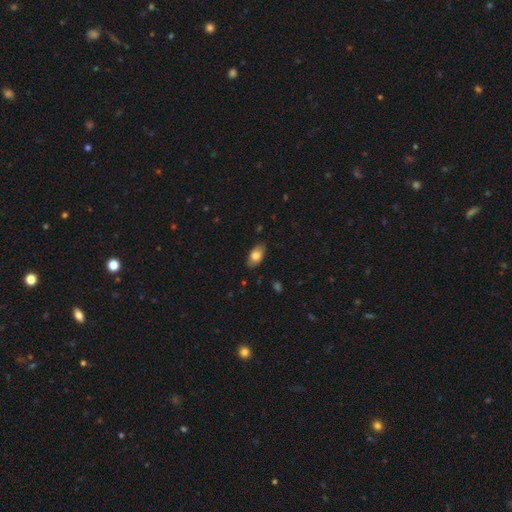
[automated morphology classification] smooth 76%, featured or disk 17%, star or artifact 7%. Down the decision tree: how rounded — in between (92%); merging — none (82%).